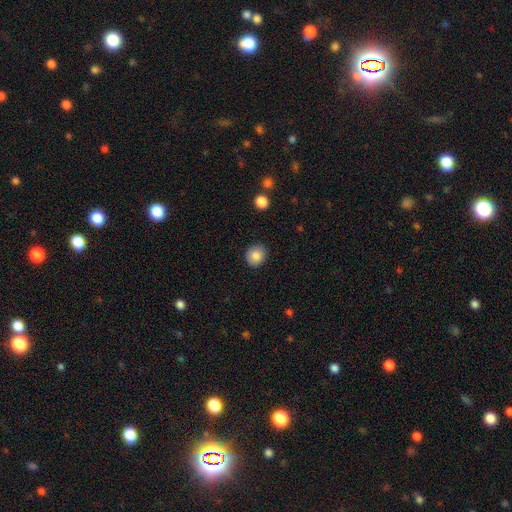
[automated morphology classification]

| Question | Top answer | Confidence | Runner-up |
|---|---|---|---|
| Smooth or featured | smooth | 85% | star or artifact (8%) |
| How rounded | round | 81% | in between (18%) |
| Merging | none | 90% | minor disturbance (7%) |